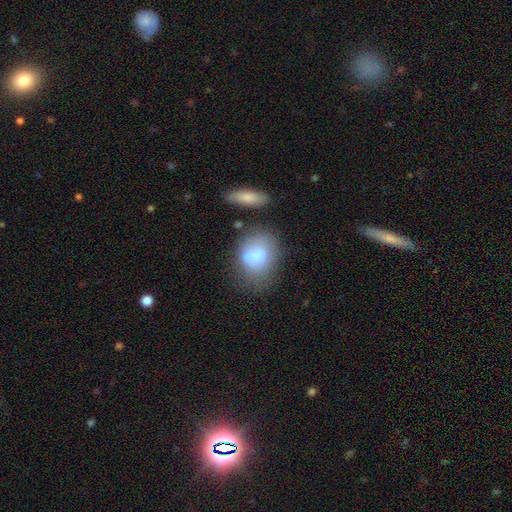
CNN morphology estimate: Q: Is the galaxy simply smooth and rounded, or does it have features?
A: smooth — 75%.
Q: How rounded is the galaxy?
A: in between — 57%.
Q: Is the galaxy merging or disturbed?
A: none — 42%.